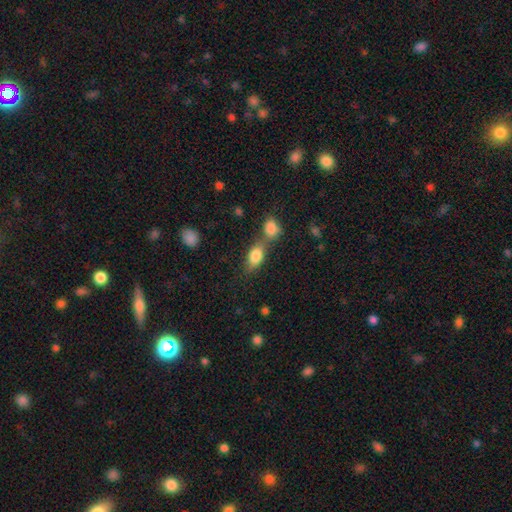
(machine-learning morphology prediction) smooth 81%, featured or disk 11%, star or artifact 8%. Down the decision tree: how rounded — in between (83%); merging — none (43%).